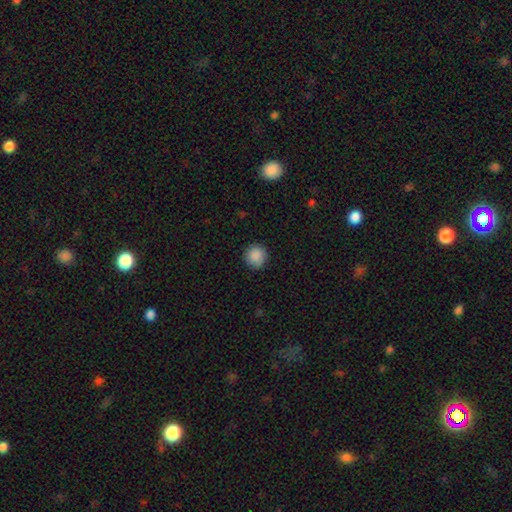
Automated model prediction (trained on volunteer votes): Smooth or featured?
  - smooth: 89% *
  - star or artifact: 8%
  - featured or disk: 3%
How rounded?
  - round: 94% *
  - in between: 5%
  - cigar-shaped: 1%
Merging?
  - none: 90% *
  - minor disturbance: 7%
  - major disturbance: 2%
  - merger: 1%